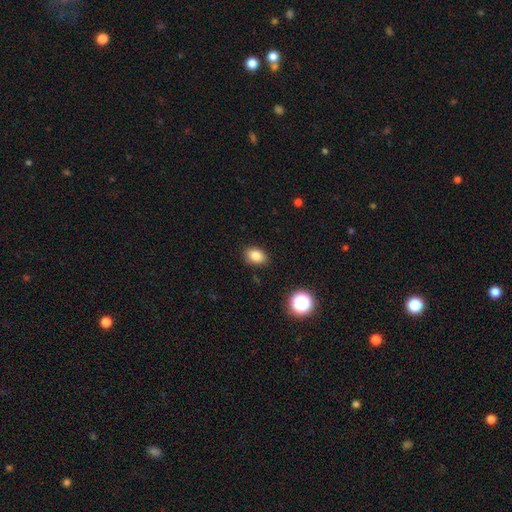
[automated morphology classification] This appears to be a smooth galaxy with no disk features (84%) that is in between round and cigar-shaped (76%). Merging: none (86%).